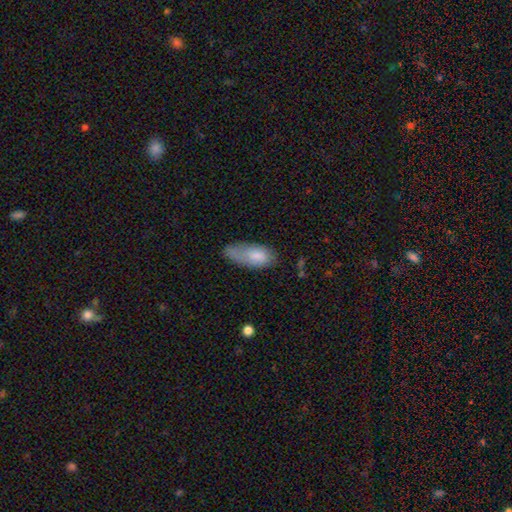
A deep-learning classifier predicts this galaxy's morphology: Smooth or featured: smooth — 76% (featured or disk — 18%)
How rounded: in between — 84% (cigar-shaped — 13%)
Merging: none — 42% (minor disturbance — 37%)